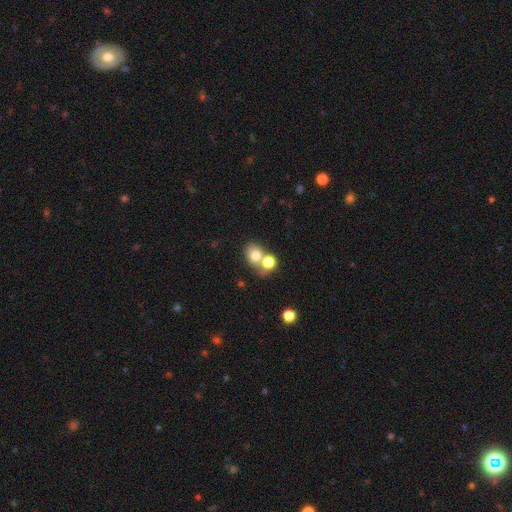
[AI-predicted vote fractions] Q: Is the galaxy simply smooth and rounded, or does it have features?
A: smooth — 75%.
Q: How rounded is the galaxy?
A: round — 52%.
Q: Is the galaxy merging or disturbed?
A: none — 44%.